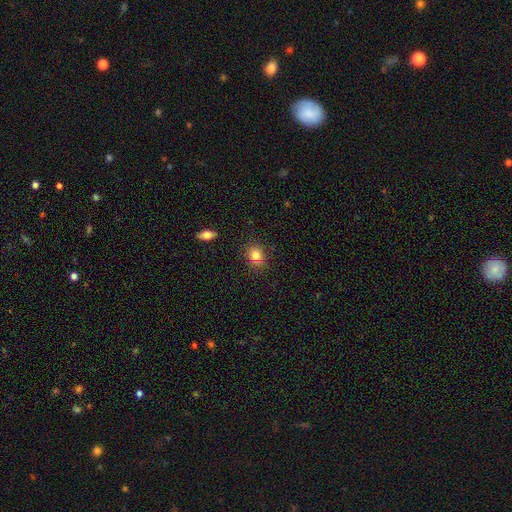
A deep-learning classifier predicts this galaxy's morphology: smooth_or_featured: smooth (p=0.81) [alt: star or artifact p=0.11]
how_rounded: round (p=0.55) [alt: in between p=0.44]
merging: none (p=0.82) [alt: minor disturbance p=0.12]